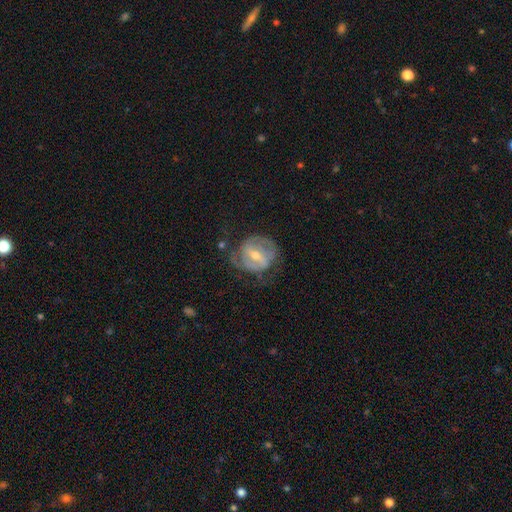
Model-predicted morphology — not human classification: Q: Smooth or featured?
A: featured or disk (75%); runner-up: smooth (19%)
Q: Edge-on disk?
A: no (96%); runner-up: yes (4%)
Q: Bar?
A: weak (45%); runner-up: strong (40%)
Q: Spiral arms?
A: yes (75%); runner-up: no (25%)
Q: Spiral winding?
A: tight (43%); runner-up: medium (39%)
Q: Spiral arm count?
A: 2 (63%); runner-up: can't tell (23%)
Q: Bulge size?
A: moderate (58%); runner-up: small (37%)
Q: Merging?
A: none (55%); runner-up: minor disturbance (23%)